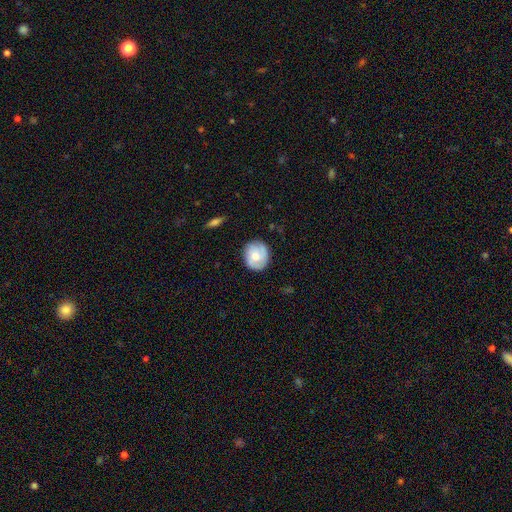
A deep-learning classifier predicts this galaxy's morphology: Overall: smooth (51%; featured or disk 42%). How rounded: round (78%). Merging: none (80%).